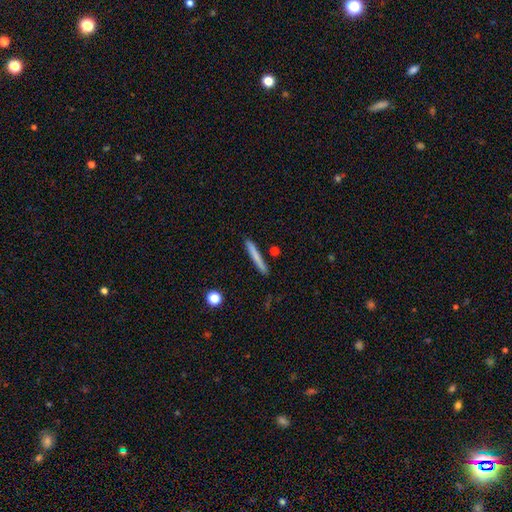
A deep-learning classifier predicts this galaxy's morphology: Smooth or featured?
  - smooth: 72% *
  - featured or disk: 21%
  - star or artifact: 6%
How rounded?
  - cigar-shaped: 96% *
  - in between: 3%
  - round: 1%
Merging?
  - none: 89% *
  - minor disturbance: 8%
  - merger: 2%
  - major disturbance: 2%